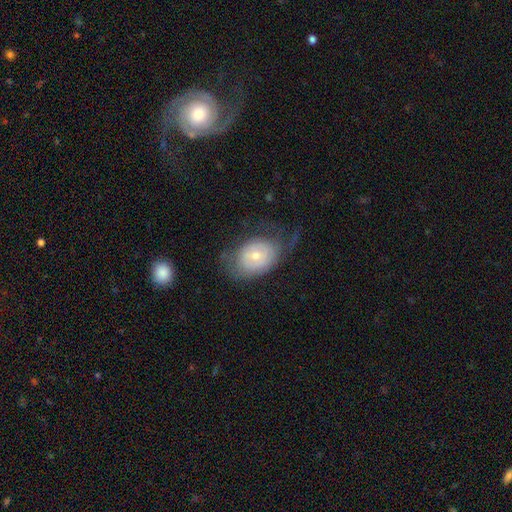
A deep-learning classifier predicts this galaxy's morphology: type=featured or disk (49%); merging=none (48%).